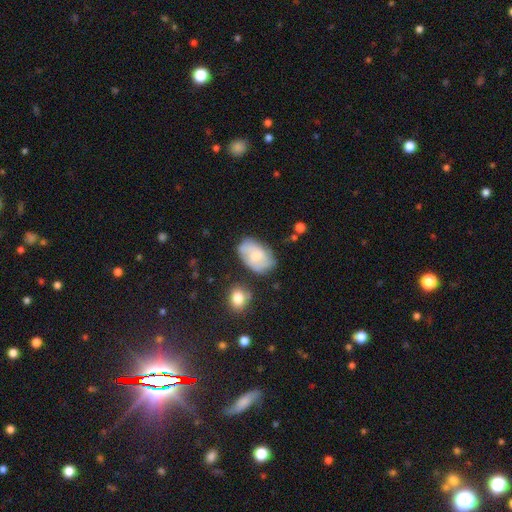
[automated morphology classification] Smooth or featured: smooth — 49% (featured or disk — 44%)
Merging: none — 62% (minor disturbance — 24%)